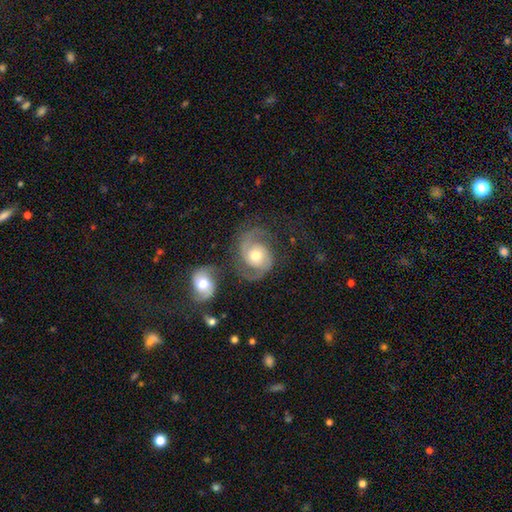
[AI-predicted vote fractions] Smooth or featured? Predicted: featured or disk (p=0.87). Edge-on disk? Predicted: no (p=0.98). Bar? Predicted: no (p=0.72). Spiral arms? Predicted: yes (p=0.96). Spiral winding? Predicted: medium (p=0.53). Spiral arm count? Predicted: 2 (p=0.91). Bulge size? Predicted: moderate (p=0.75). Merging? Predicted: none (p=0.57).